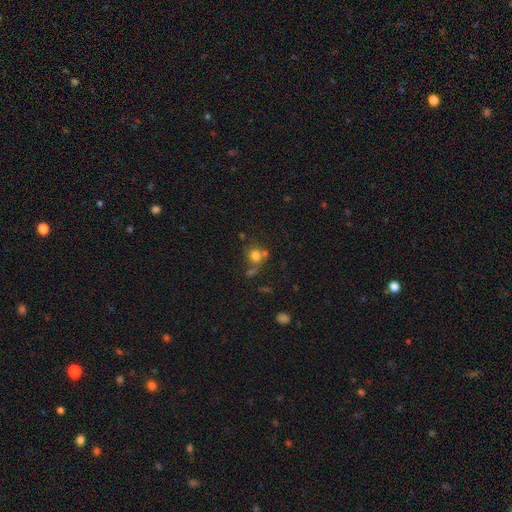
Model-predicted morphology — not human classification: A smooth galaxy with no disk features (72%) that is round (77%). Merging: none (48%).